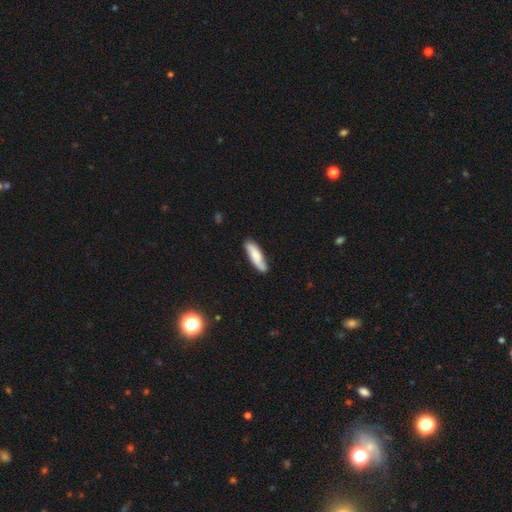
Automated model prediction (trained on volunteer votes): The model was most divided on "how rounded": cigar-shaped: 55%, in between: 43%, round: 2%. More confident: merging — none (78%); smooth or featured — smooth (71%).